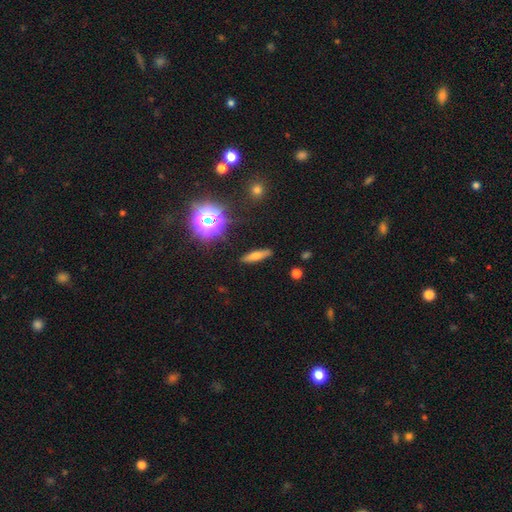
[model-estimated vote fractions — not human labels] A smooth galaxy with no disk features (53%) that is cigar-shaped (70%). Merging: none (88%).